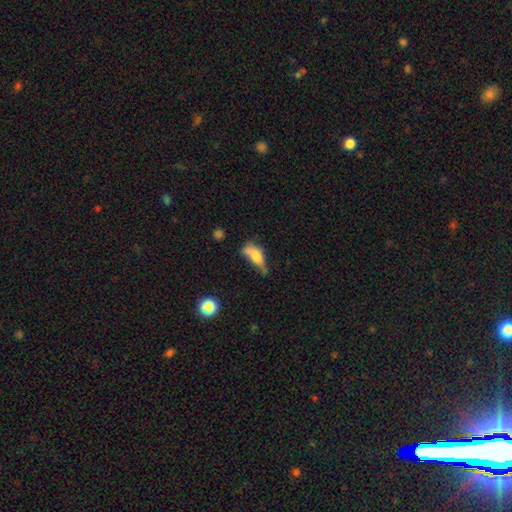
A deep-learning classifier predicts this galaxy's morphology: This appears to be a smooth galaxy with no disk features (65%) that is in between round and cigar-shaped (71%). Merging: minor disturbance (33%).